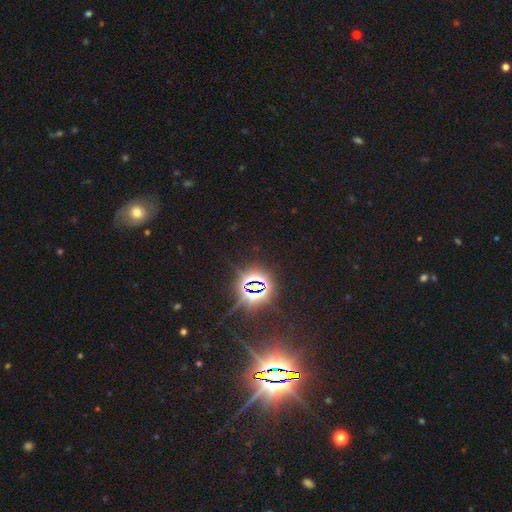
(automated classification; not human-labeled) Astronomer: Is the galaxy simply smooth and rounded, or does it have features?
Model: star or artifact — 81%.